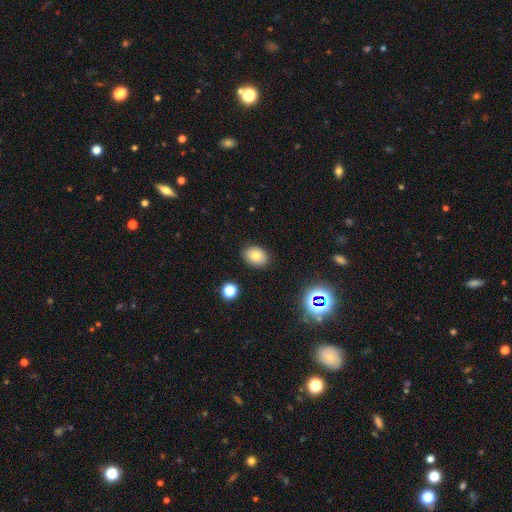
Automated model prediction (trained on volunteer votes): smooth_or_featured: smooth (p=0.76) [alt: featured or disk p=0.12]
how_rounded: in between (p=0.70) [alt: round p=0.29]
merging: none (p=0.87) [alt: minor disturbance p=0.09]